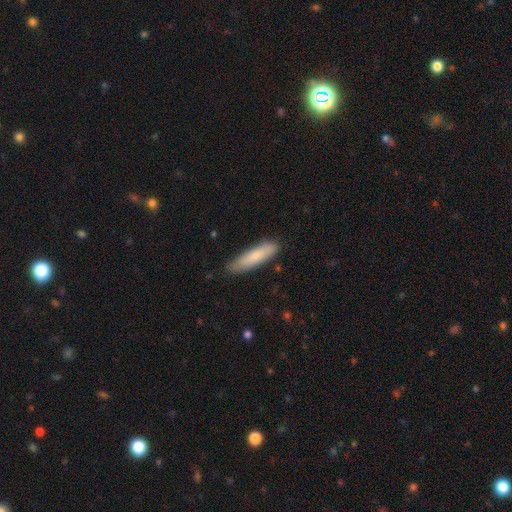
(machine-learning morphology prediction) smooth 79%, featured or disk 15%, star or artifact 6%. Down the decision tree: how rounded — cigar-shaped (77%); merging — none (80%).